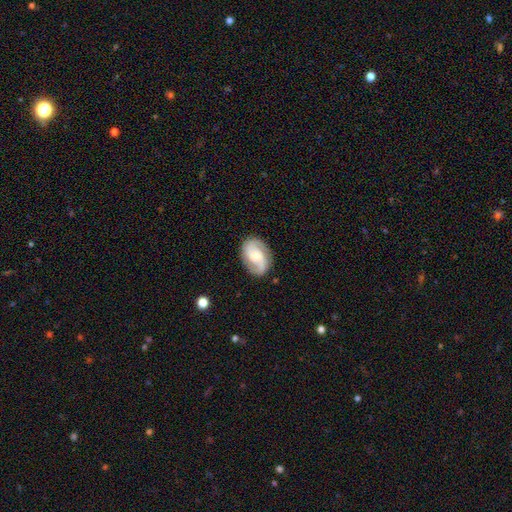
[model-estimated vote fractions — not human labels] A featured or disk galaxy (81%) with no bar (48%), 2 (89%) medium (49%) spiral arms (96%) and a small central bulge (53%). Merging: none (83%).